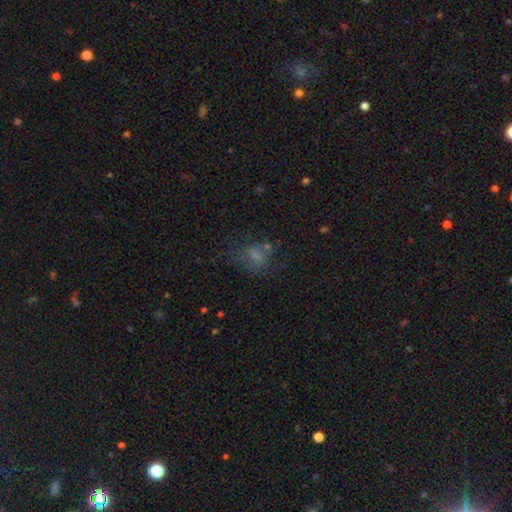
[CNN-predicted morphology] type=smooth (55%); roundness=in between (65%); merging=none (46%).